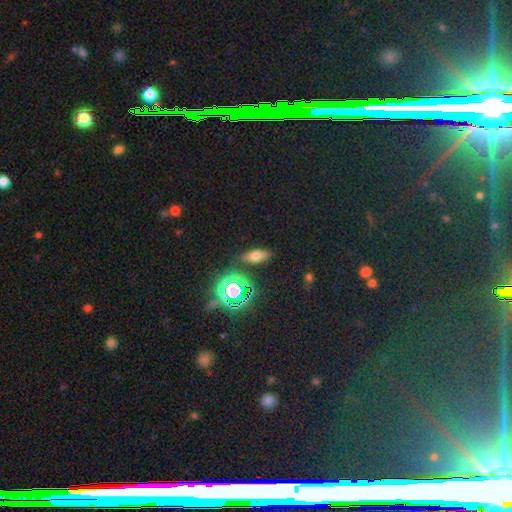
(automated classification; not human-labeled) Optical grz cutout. It shows a smooth galaxy with no disk features (61%) that is in between round and cigar-shaped (77%). Merging: none (85%).